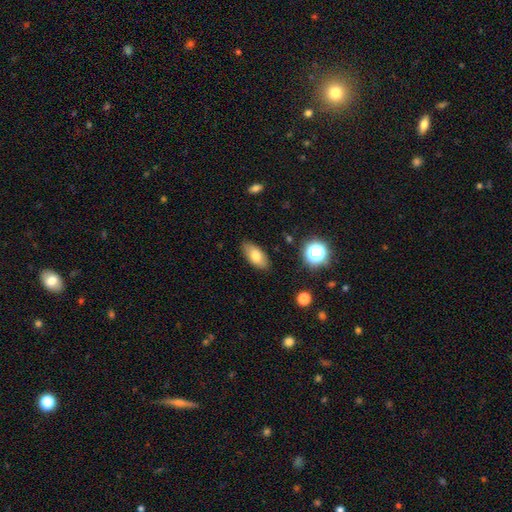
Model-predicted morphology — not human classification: Smooth or featured: smooth — 76% (featured or disk — 15%)
How rounded: in between — 88% (cigar-shaped — 8%)
Merging: none — 86% (minor disturbance — 10%)